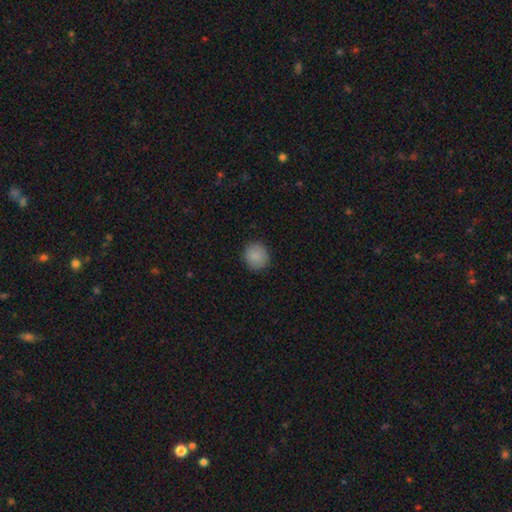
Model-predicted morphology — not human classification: Smooth or featured? smooth (88%)
How rounded? round (87%)
Merging? none (89%)